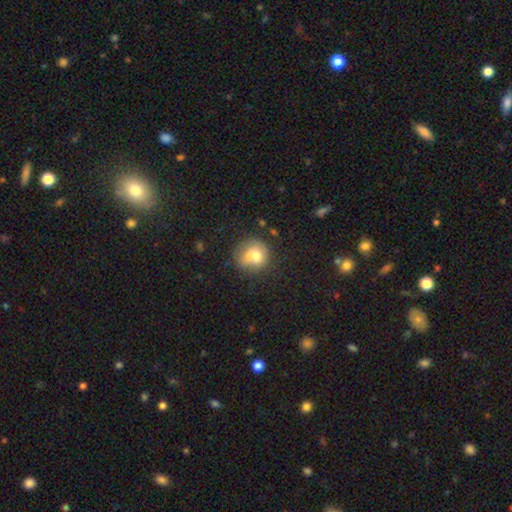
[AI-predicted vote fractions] smooth_or_featured: smooth (p=0.71) [alt: featured or disk p=0.19]
how_rounded: round (p=0.82) [alt: in between p=0.17]
merging: none (p=0.50) [alt: minor disturbance p=0.24]